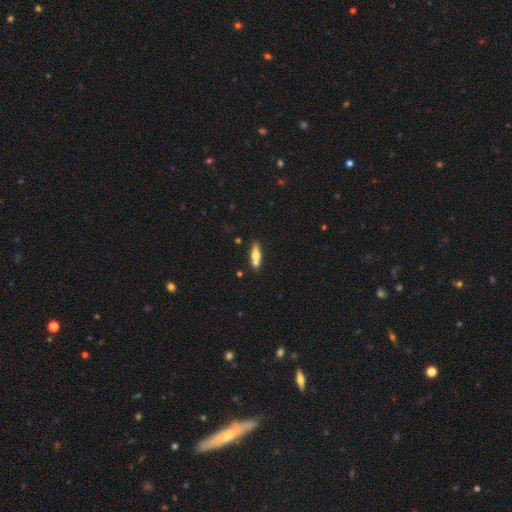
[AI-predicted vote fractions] This is likely a smooth galaxy (62%). How rounded: possibly cigar-shaped (54%). Merging: possibly none (57%).